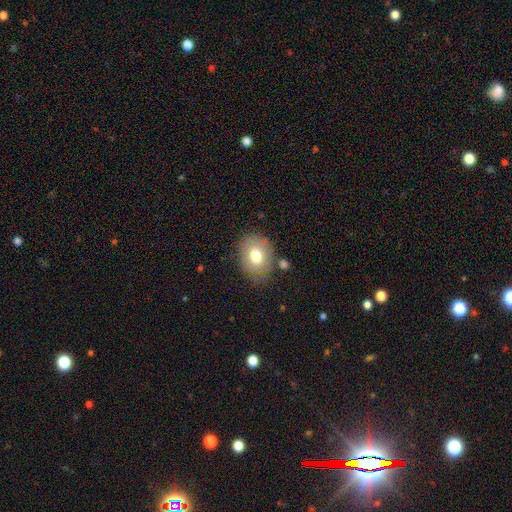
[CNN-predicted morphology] This appears to be a smooth galaxy with no disk features (72%) that is in between round and cigar-shaped (63%). Merging: none (74%).